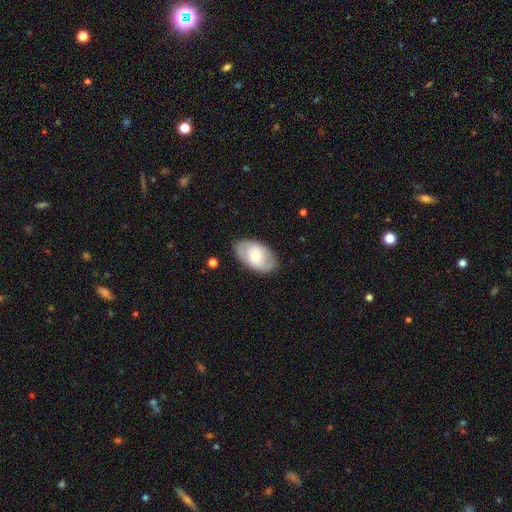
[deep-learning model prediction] The model was most divided on "smooth or featured": smooth: 52%, featured or disk: 42%, star or artifact: 6%. More confident: how rounded — in between (91%); merging — none (83%).